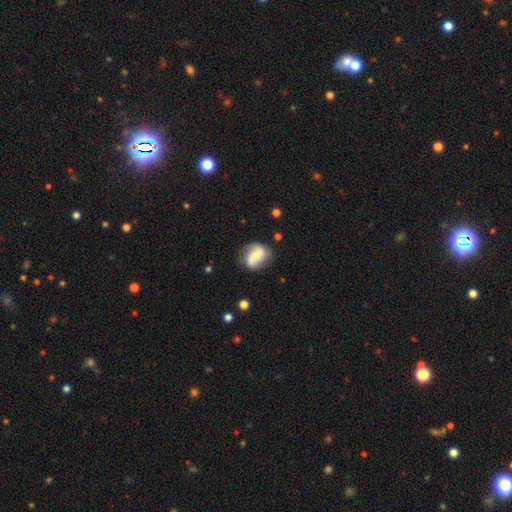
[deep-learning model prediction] A featured or disk galaxy (61%) with a strong bar (41%), spiral arms (84%) and a small central bulge (49%). Merging: none (70%).